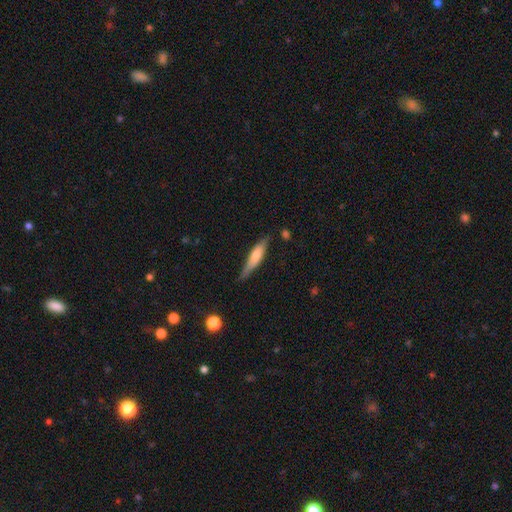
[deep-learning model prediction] Smooth or featured? smooth (61%)
How rounded? cigar-shaped (77%)
Merging? none (70%)